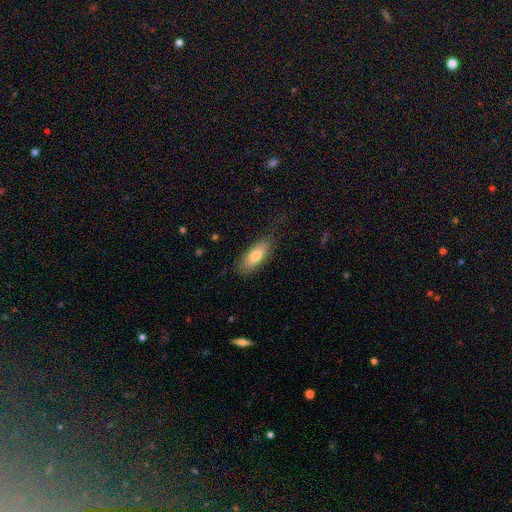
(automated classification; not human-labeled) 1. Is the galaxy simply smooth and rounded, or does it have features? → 77% smooth, 17% featured or disk, 6% star or artifact.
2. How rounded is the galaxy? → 78% in between, 19% cigar-shaped, 2% round.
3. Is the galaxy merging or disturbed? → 74% none, 19% minor disturbance, 6% major disturbance, 1% merger.